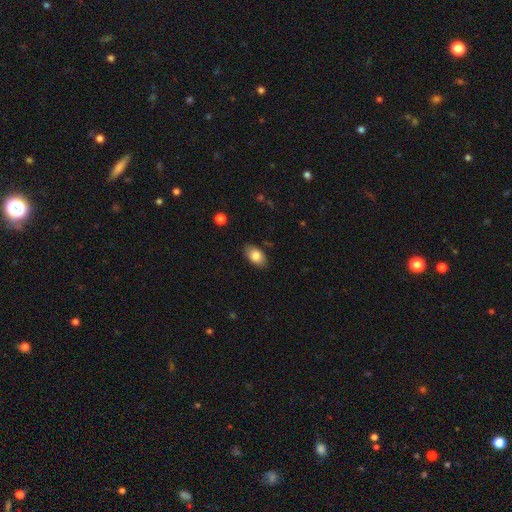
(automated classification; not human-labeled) Smooth or featured? smooth (84%)
How rounded? in between (90%)
Merging? none (82%)